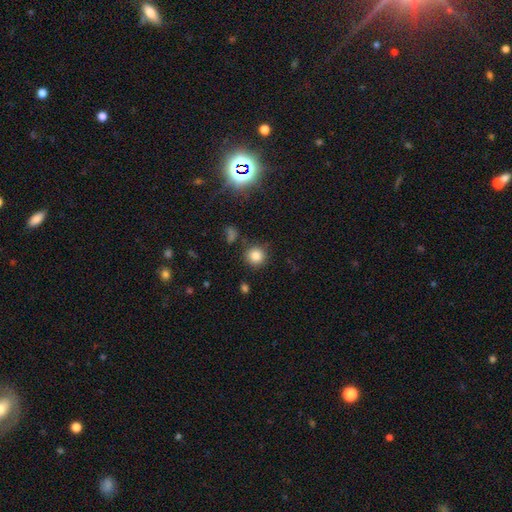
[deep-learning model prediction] A smooth galaxy with no disk features (82%) that is round (92%). Merging: none (84%).